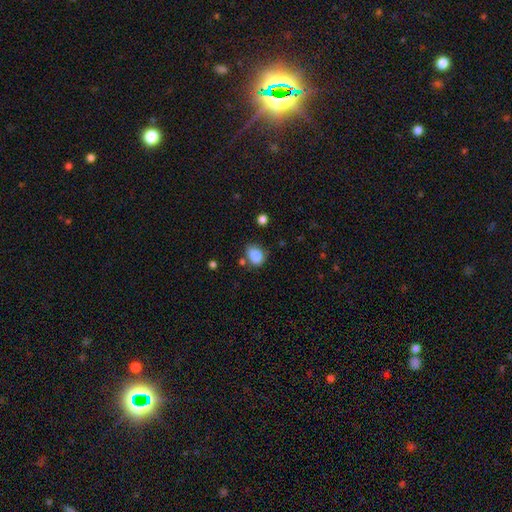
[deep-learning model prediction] Smooth or featured?
  - smooth: 85% *
  - star or artifact: 10%
  - featured or disk: 5%
How rounded?
  - in between: 60% *
  - round: 39%
  - cigar-shaped: 1%
Merging?
  - none: 59% *
  - minor disturbance: 27%
  - merger: 7%
  - major disturbance: 7%